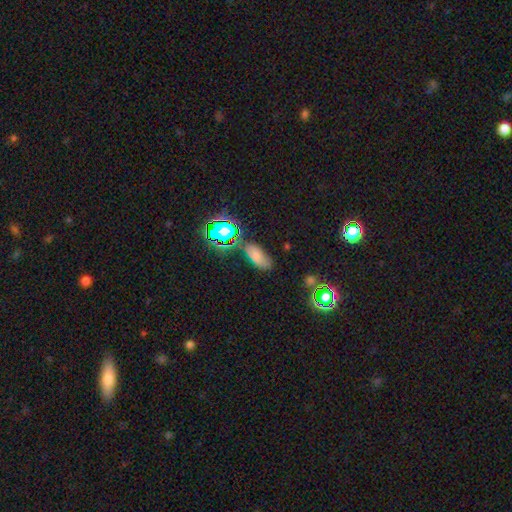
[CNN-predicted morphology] Smooth or featured: smooth — 66% (star or artifact — 22%)
How rounded: in between — 85% (cigar-shaped — 11%)
Merging: none — 65% (minor disturbance — 22%)